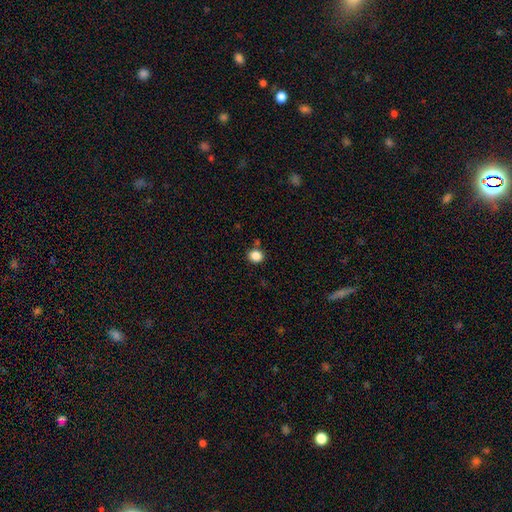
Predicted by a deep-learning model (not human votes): Morphology: type=smooth (86%); roundness=round (76%); merging=none (82%).